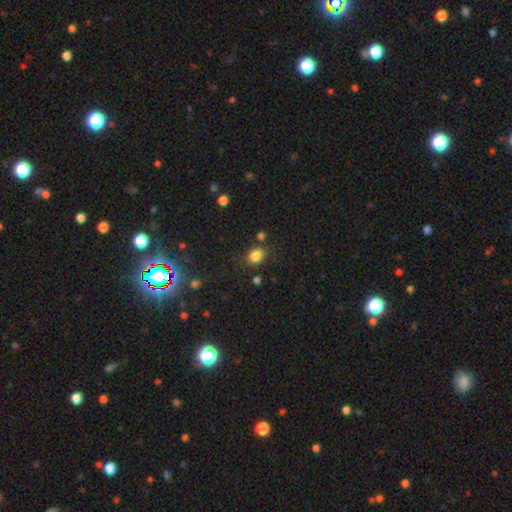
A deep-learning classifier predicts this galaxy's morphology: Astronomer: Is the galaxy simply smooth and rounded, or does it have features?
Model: smooth — 82%.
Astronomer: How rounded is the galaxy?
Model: round — 51% (runner-up: in between, 48%).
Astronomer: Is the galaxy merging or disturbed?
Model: none — 77%.